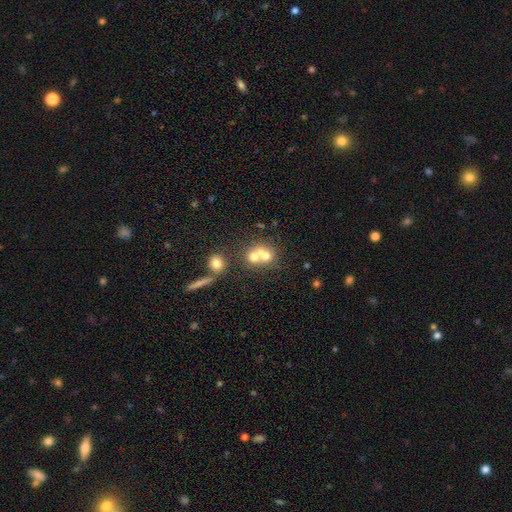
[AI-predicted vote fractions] Smooth or featured: smooth — 57% (featured or disk — 27%)
How rounded: round — 75% (in between — 24%)
Merging: merger — 57% (none — 31%)